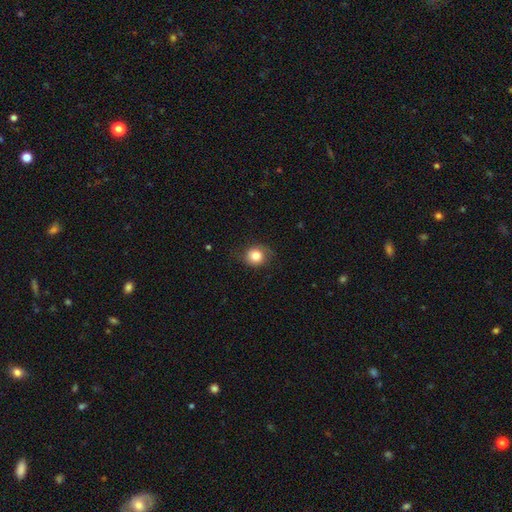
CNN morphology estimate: A smooth galaxy with no disk features (80%) that is round (80%). Merging: none (76%).